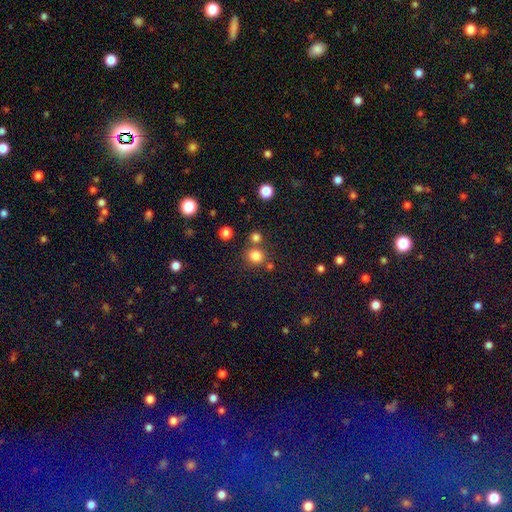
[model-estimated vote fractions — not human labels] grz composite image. It shows a smooth galaxy with no disk features (80%) that is round (87%). Merging: none (73%).